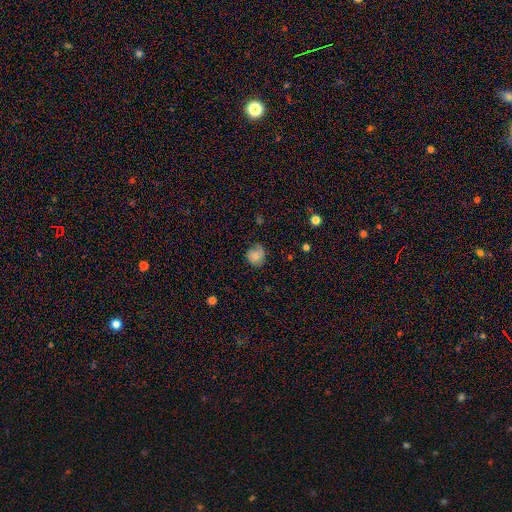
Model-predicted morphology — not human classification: type=smooth (78%); roundness=round (84%); merging=none (67%).